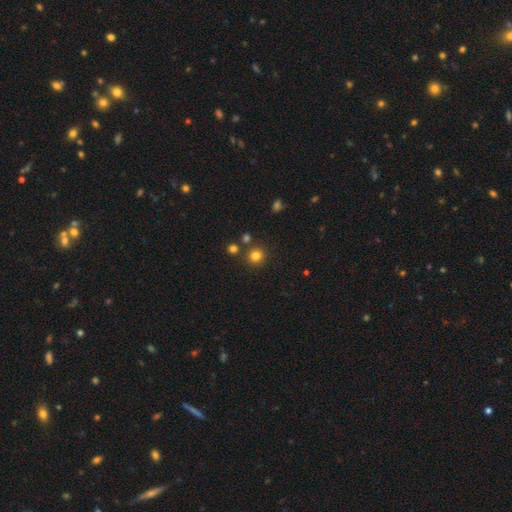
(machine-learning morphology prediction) smooth 80%, star or artifact 15%, featured or disk 6%. Down the decision tree: how rounded — round (93%); merging — none (83%).